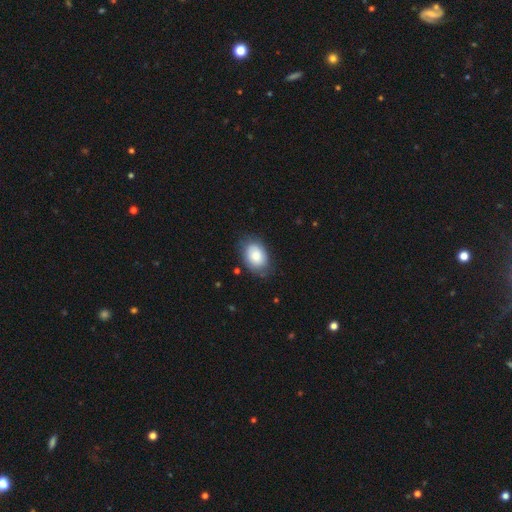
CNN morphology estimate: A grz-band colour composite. It shows a smooth galaxy with no disk features (81%) that is in between round and cigar-shaped (80%). Merging: none (73%).